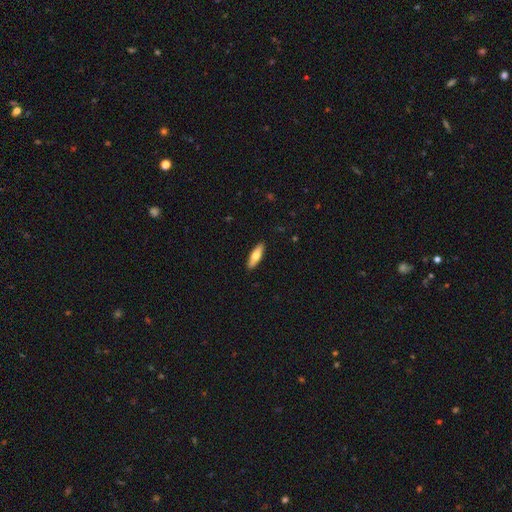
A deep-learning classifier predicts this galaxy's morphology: Overall: smooth (60%; featured or disk 35%). How rounded: cigar-shaped (56%; in between 42%). Merging: none (91%).